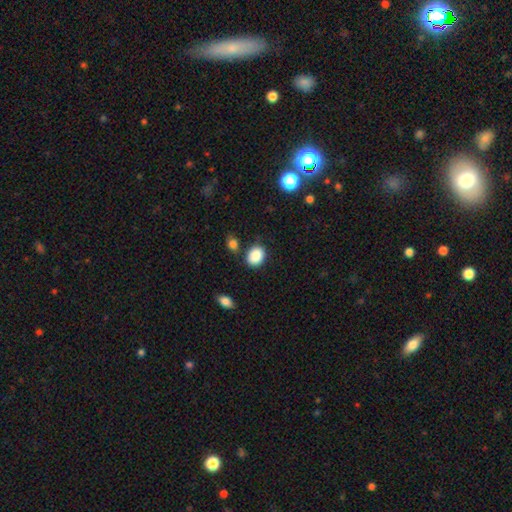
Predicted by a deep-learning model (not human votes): Smooth or featured? smooth (88%)
How rounded? in between (58%)
Merging? none (78%)